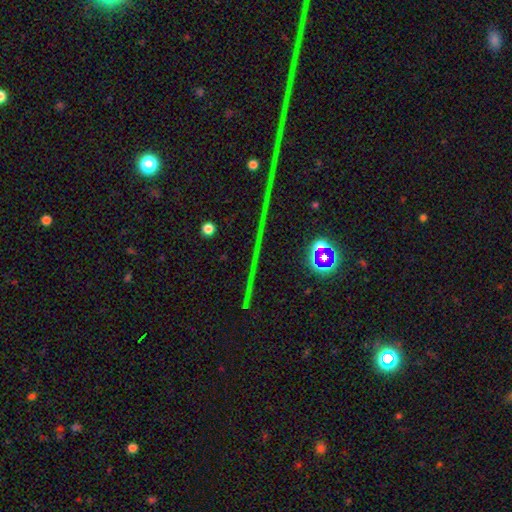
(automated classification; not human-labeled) The model was most divided on "smooth or featured": star or artifact: 75%, featured or disk: 15%, smooth: 11%.